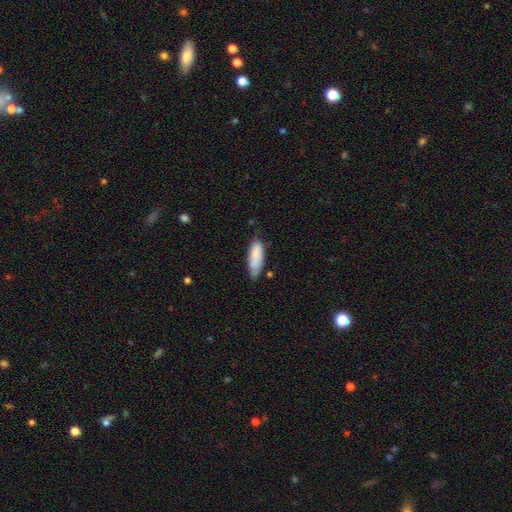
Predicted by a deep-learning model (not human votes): Overall: smooth (84%). How rounded: in between (64%; cigar-shaped 34%). Merging: none (60%; minor disturbance 31%).